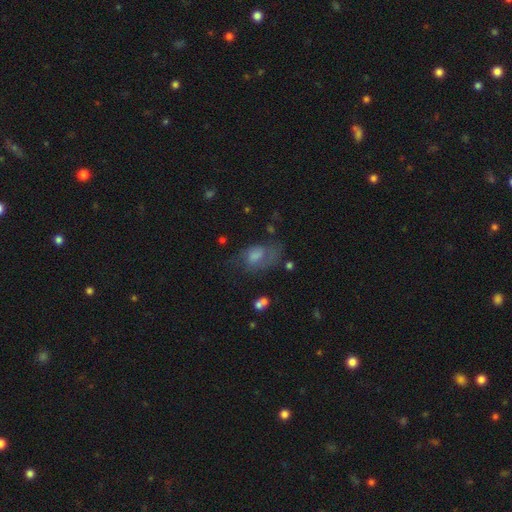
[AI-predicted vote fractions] featured or disk 42%, smooth 41%, star or artifact 17%. Down the decision tree: merging — none (47%).